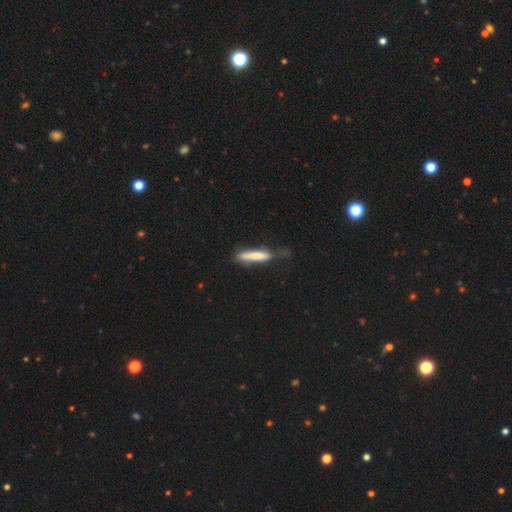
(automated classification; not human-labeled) Overall: smooth (70%). How rounded: cigar-shaped (88%). Merging: none (53%; minor disturbance 30%).